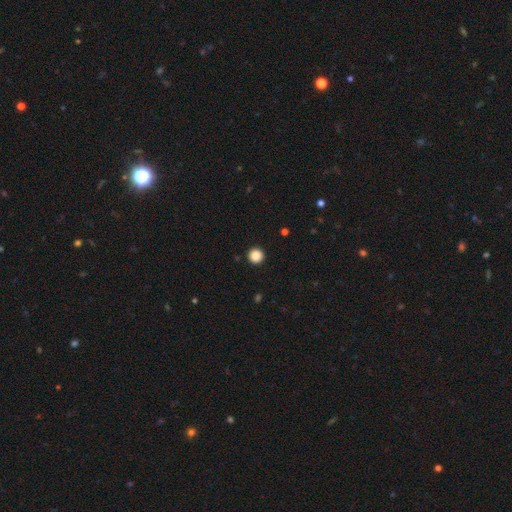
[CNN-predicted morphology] smooth 87%, star or artifact 10%, featured or disk 3%. Down the decision tree: how rounded — round (96%); merging — none (93%).